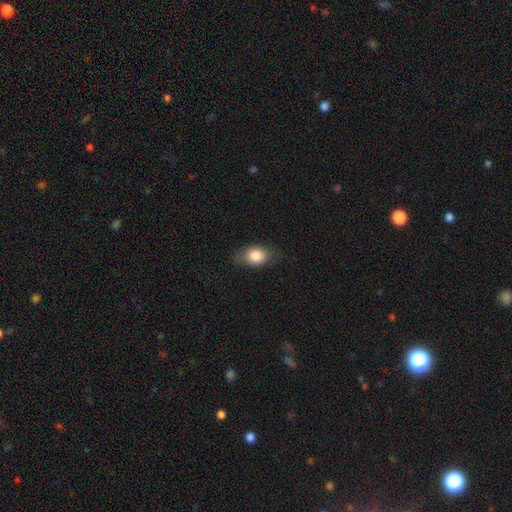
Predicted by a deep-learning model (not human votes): This appears to be a smooth galaxy with no disk features (79%) that is in between round and cigar-shaped (66%). Merging: none (72%).